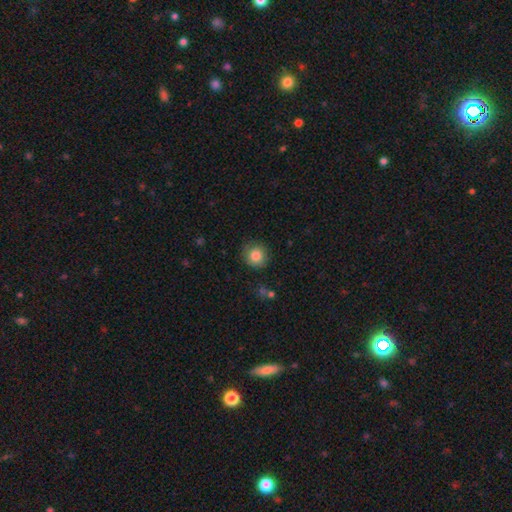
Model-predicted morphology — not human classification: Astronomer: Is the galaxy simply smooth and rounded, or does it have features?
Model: smooth — 84%.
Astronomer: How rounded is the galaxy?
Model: round — 90%.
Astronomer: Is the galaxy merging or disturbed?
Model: none — 84%.